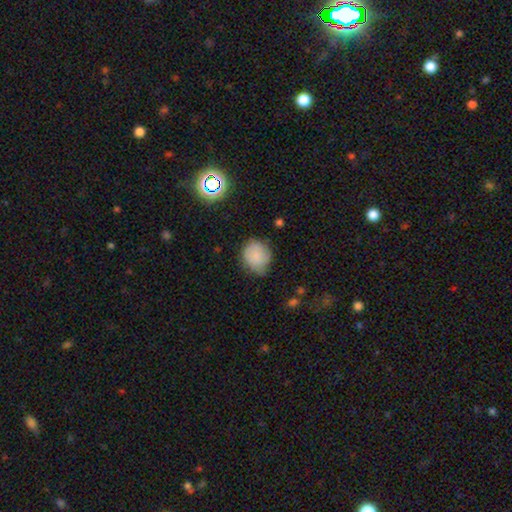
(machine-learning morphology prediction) Smooth or featured?
  - smooth: 73% *
  - featured or disk: 18%
  - star or artifact: 9%
How rounded?
  - round: 70% *
  - in between: 29%
  - cigar-shaped: 1%
Merging?
  - none: 52% *
  - minor disturbance: 36%
  - major disturbance: 9%
  - merger: 2%